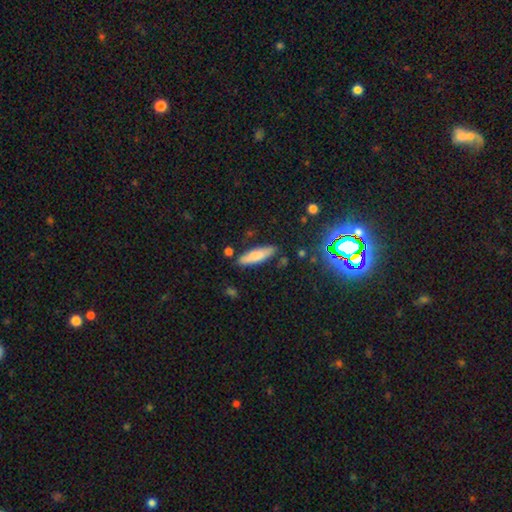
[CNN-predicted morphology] smooth 76%, featured or disk 17%, star or artifact 7%. Down the decision tree: how rounded — cigar-shaped (65%); merging — none (82%).